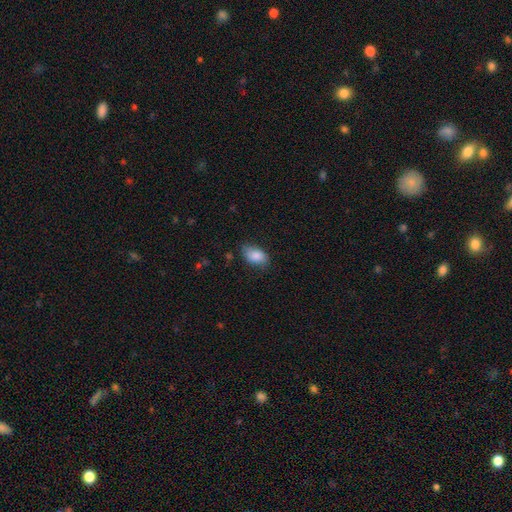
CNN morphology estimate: Smooth or featured: smooth — 86% (featured or disk — 7%)
How rounded: in between — 91% (round — 8%)
Merging: none — 73% (minor disturbance — 21%)